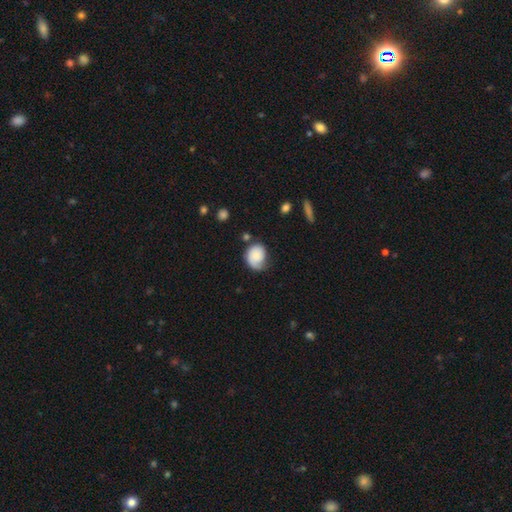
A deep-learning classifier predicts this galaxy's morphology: Smooth or featured: smooth — 57% (featured or disk — 36%)
How rounded: round — 58% (in between — 41%)
Merging: none — 48% (minor disturbance — 31%)